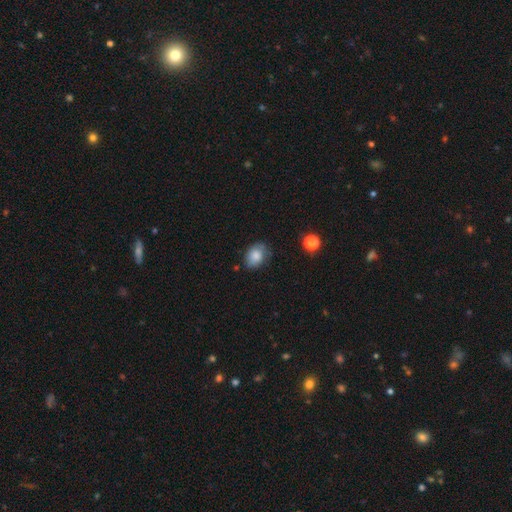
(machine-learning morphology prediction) This is likely a smooth galaxy (78%). How rounded: likely in between (67%). Merging: likely none (66%).